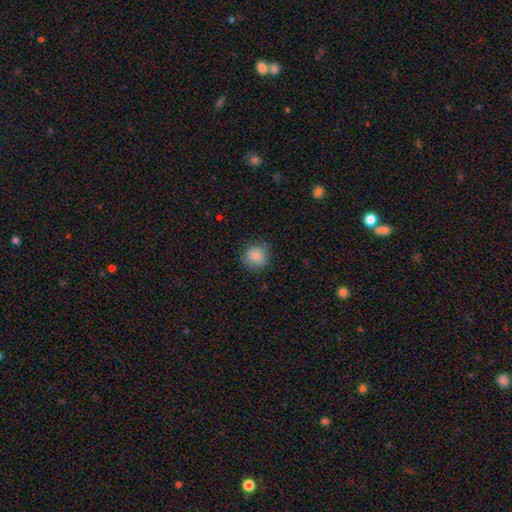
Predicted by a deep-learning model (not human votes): Smooth or featured?
  - smooth: 87% *
  - star or artifact: 9%
  - featured or disk: 4%
How rounded?
  - round: 90% *
  - in between: 9%
  - cigar-shaped: 1%
Merging?
  - none: 85% *
  - minor disturbance: 11%
  - major disturbance: 3%
  - merger: 1%